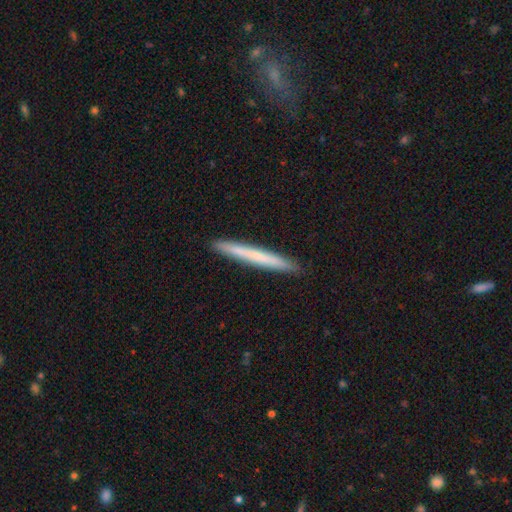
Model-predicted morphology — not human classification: This is likely a smooth galaxy (62%). How rounded: clearly cigar-shaped (97%). Merging: clearly none (93%).